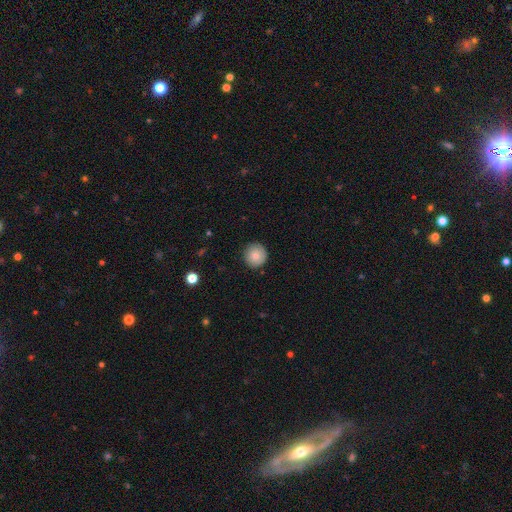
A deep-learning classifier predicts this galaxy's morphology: This is clearly a smooth galaxy (84%). How rounded: clearly round (95%). Merging: clearly none (89%).